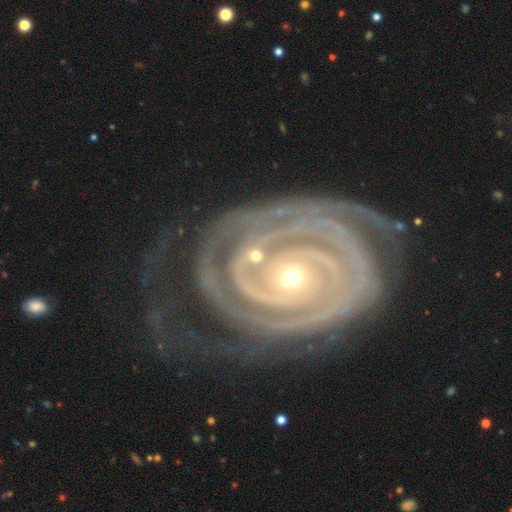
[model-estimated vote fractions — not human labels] The model was most divided on "bulge size": small: 54%, moderate: 40%, large: 3%, none: 2%, dominant: 1%. Remaining: edge-on disk — no (97%); spiral arms — yes (97%); smooth or featured — featured or disk (89%); spiral winding — tight (58%); merging — none (50%); spiral arm count — 2 (47%); bar — no (45%).